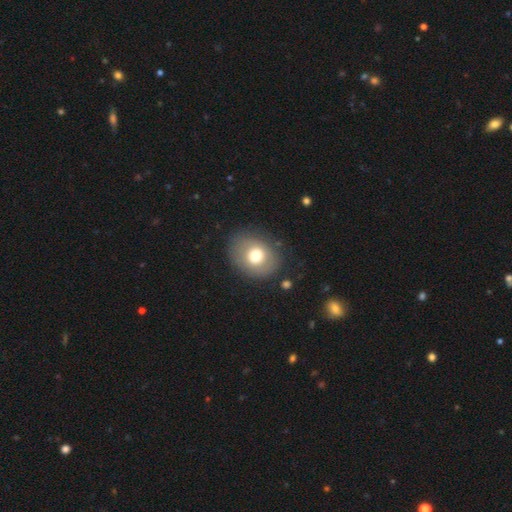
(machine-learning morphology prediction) This is likely a smooth galaxy (68%). How rounded: possibly round (53%). Merging: clearly none (81%).